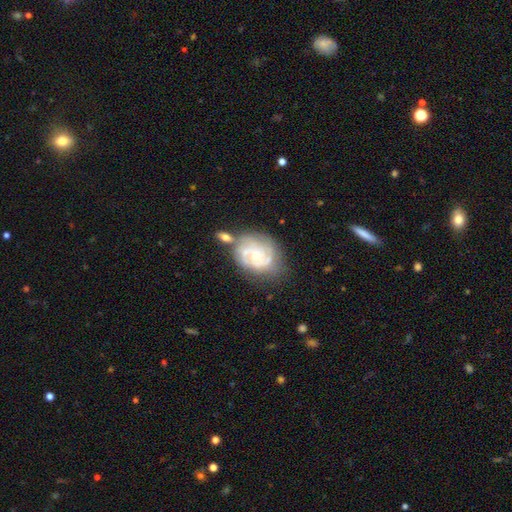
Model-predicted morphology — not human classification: A featured or disk galaxy (77%) with no bar (73%), 2 (33%) tight (60%) spiral arms (89%) and a small central bulge (54%).

Vote fractions:
- Smooth or featured? featured or disk: 77% / smooth: 16% / star or artifact: 7%
- Edge-on disk? no: 97% / yes: 3%
- Bar? no: 73% / weak: 22% / strong: 4%
- Spiral arms? yes: 89% / no: 11%
- Spiral winding? tight: 60% / medium: 31% / loose: 9%
- Spiral arm count? 2: 33% / can't tell: 31% / 3: 22% / 4: 6% / 1: 4% / more than 4: 3%
- Bulge size? small: 54% / moderate: 42% / large: 2% / none: 2% / dominant: 1%
- Merging? none: 53% / minor disturbance: 22% / merger: 15% / major disturbance: 10%